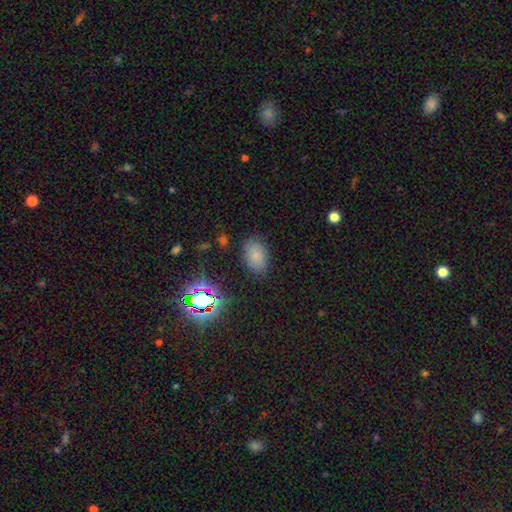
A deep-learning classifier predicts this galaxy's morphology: Smooth or featured: smooth — 73% (star or artifact — 18%)
How rounded: in between — 88% (round — 11%)
Merging: none — 81% (minor disturbance — 13%)